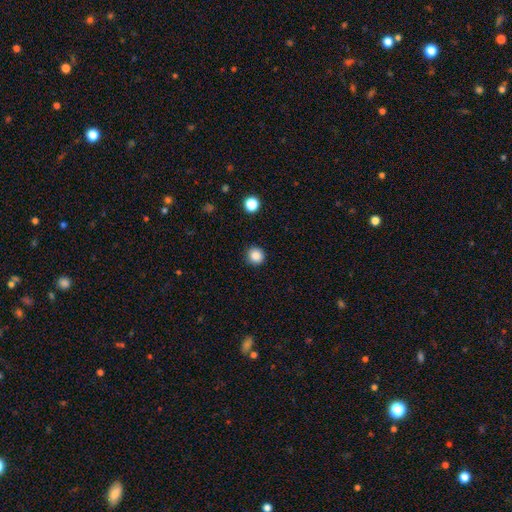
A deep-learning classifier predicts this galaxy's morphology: This is clearly a smooth galaxy (87%). How rounded: clearly round (92%). Merging: clearly none (91%).